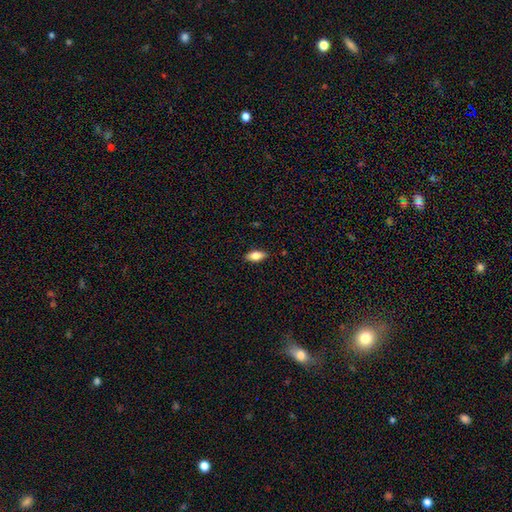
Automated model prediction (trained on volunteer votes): Smooth or featured? Predicted: smooth (p=0.77). How rounded? Predicted: in between (p=0.86). Merging? Predicted: none (p=0.88).